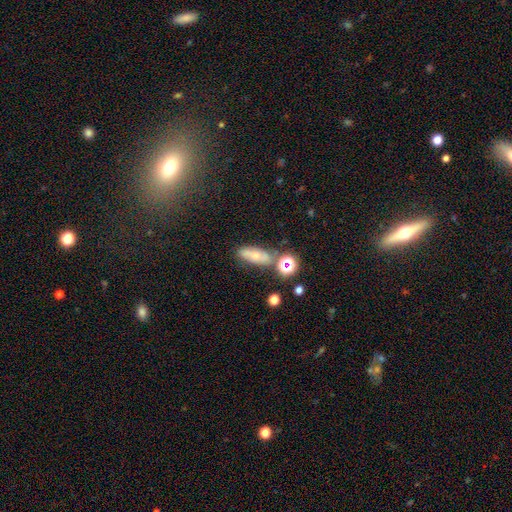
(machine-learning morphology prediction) Smooth or featured: smooth — 53% (featured or disk — 29%)
How rounded: in between — 63% (cigar-shaped — 26%)
Merging: none — 67% (minor disturbance — 17%)